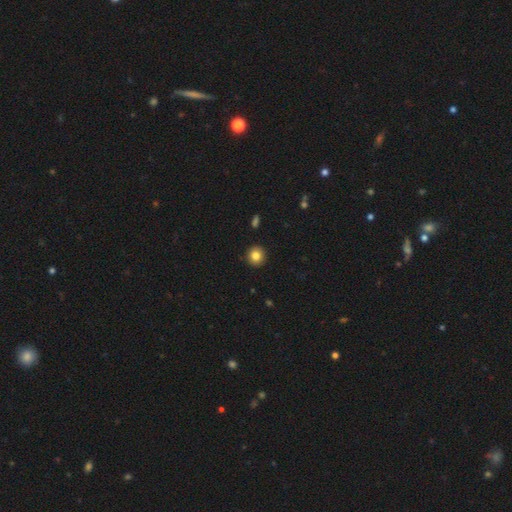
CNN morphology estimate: Q: Smooth or featured?
A: smooth (83%); runner-up: star or artifact (10%)
Q: How rounded?
A: round (92%); runner-up: in between (7%)
Q: Merging?
A: none (93%); runner-up: minor disturbance (5%)